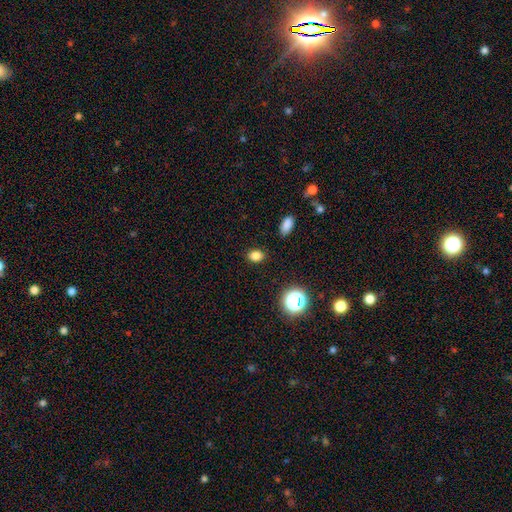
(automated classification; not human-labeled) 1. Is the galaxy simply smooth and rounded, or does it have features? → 81% smooth, 14% star or artifact, 5% featured or disk.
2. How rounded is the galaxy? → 65% in between, 34% round, 1% cigar-shaped.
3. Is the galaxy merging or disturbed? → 88% none, 8% minor disturbance, 3% major disturbance, 1% merger.